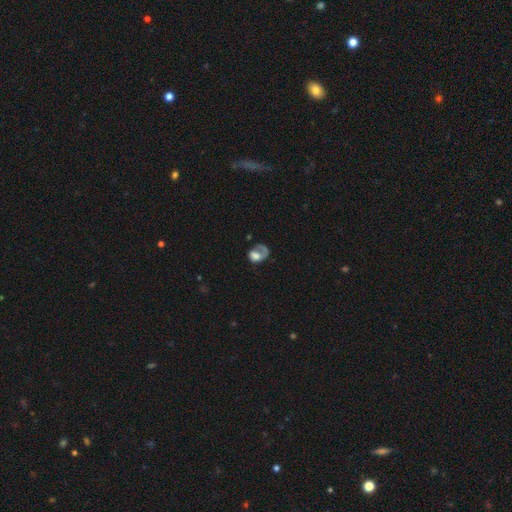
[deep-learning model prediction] Smooth or featured: featured or disk — 47% (smooth — 44%)
Merging: major disturbance — 48% (none — 29%)